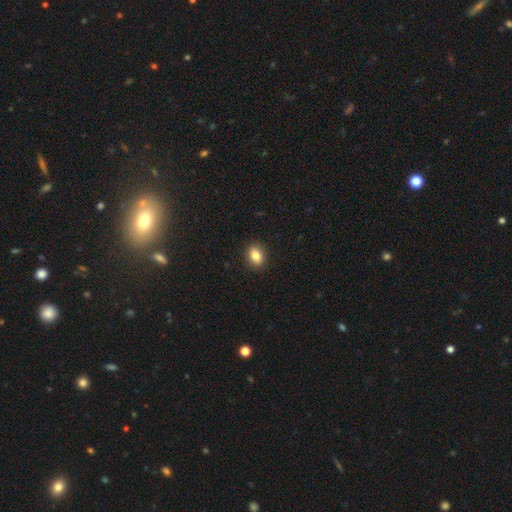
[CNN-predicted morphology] Smooth or featured? smooth (83%)
How rounded? in between (61%)
Merging? none (91%)